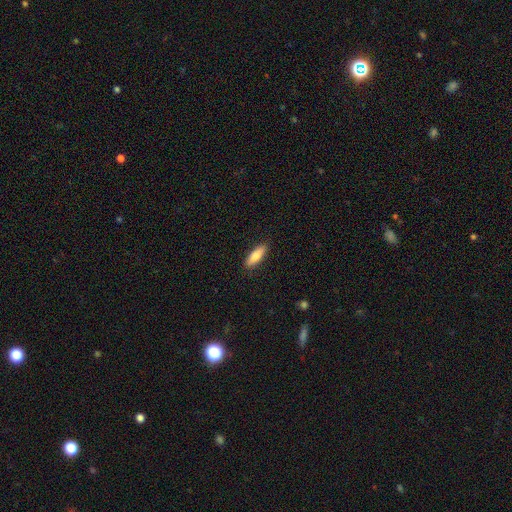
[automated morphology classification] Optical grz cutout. It shows a smooth galaxy with no disk features (80%) that is in between round and cigar-shaped (55%). Merging: none (89%).